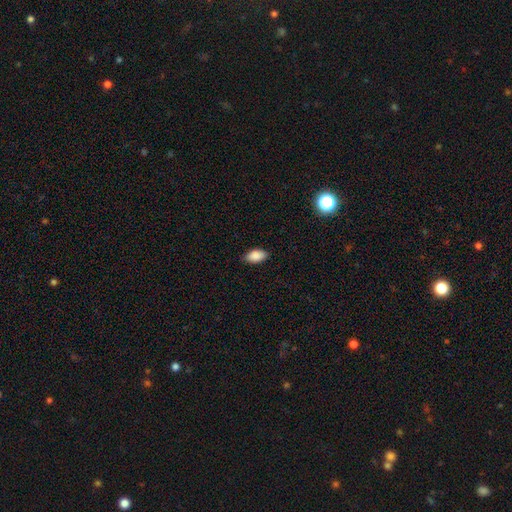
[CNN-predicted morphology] Smooth or featured? smooth (89%)
How rounded? in between (94%)
Merging? none (87%)